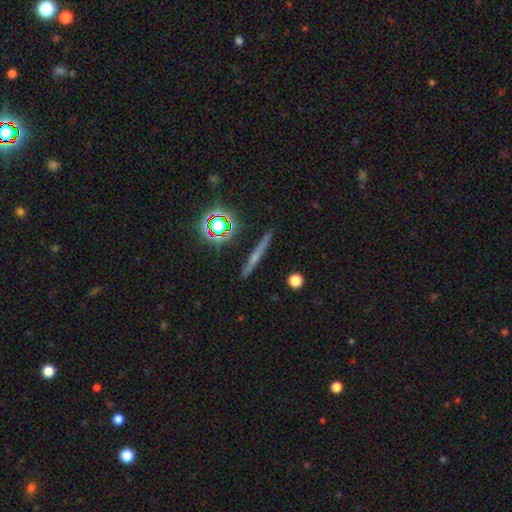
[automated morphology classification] This is possibly a featured or disk galaxy (51%). It is clearly viewed edge-on (95%). Merging: clearly none (89%).